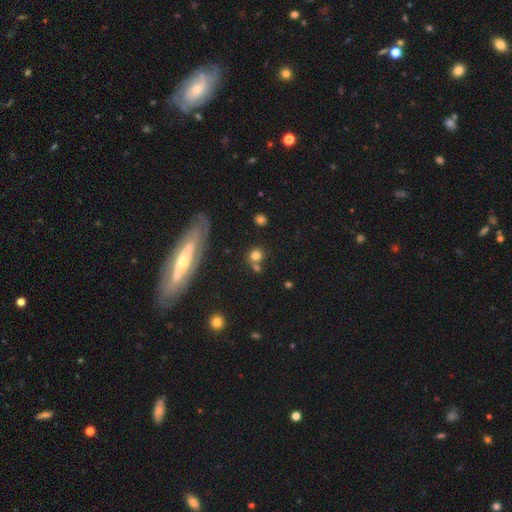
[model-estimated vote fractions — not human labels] The model was most divided on "merging": none: 61%, merger: 22%, minor disturbance: 11%, major disturbance: 5%. More confident: how rounded — round (85%); smooth or featured — smooth (75%).